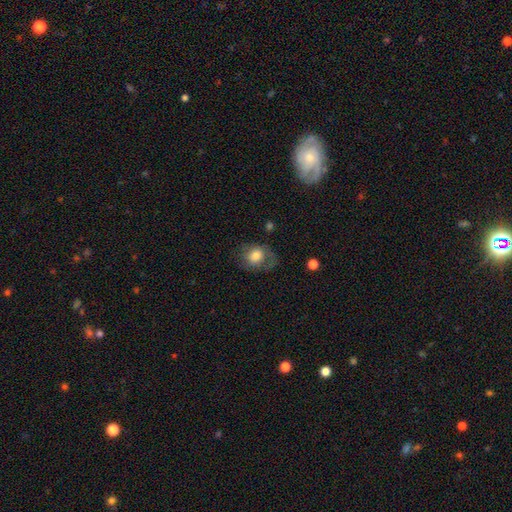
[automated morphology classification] Overall: smooth (69%). How rounded: round (60%; in between 39%). Merging: none (53%; minor disturbance 24%).